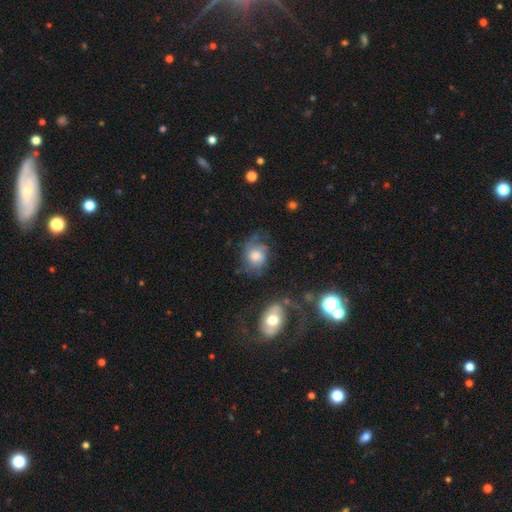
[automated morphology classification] Smooth or featured? featured or disk (45%, tied with smooth)
Merging? none (50%)